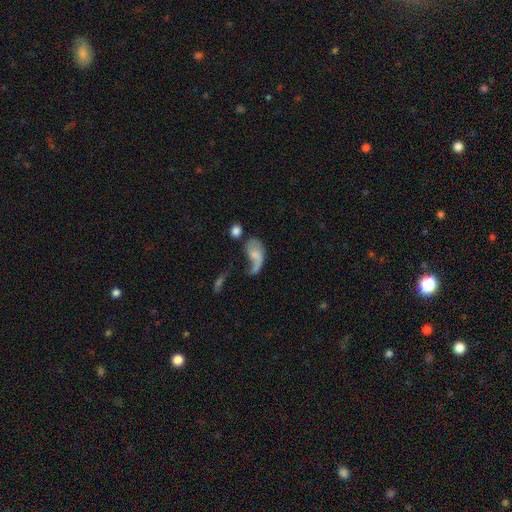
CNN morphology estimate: smooth-or-featured: featured or disk: 47% | smooth: 43% | star or artifact: 10%
  merging: major disturbance: 43% | none: 21% | merger: 20% | minor disturbance: 16%